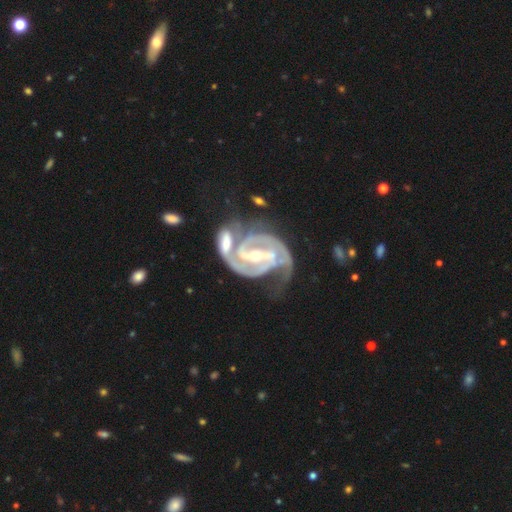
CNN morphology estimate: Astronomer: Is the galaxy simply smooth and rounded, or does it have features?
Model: featured or disk — 94%.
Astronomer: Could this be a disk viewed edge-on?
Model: no — 98%.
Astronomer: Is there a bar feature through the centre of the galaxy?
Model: strong — 63%.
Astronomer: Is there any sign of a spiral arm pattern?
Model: yes — 98%.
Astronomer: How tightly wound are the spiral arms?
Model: tight — 51% (runner-up: medium, 41%).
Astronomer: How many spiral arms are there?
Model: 2 — 78%.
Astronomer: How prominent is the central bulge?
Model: small — 55% (runner-up: moderate, 41%).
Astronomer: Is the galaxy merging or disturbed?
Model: merger — 35% (runner-up: none, 31%).